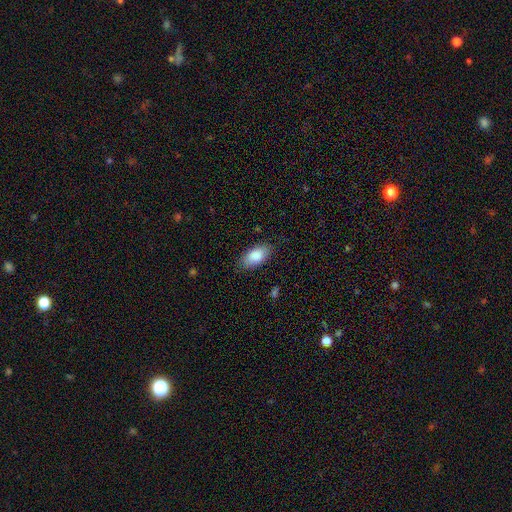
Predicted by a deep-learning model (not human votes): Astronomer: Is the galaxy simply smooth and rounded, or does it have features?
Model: smooth — 88%.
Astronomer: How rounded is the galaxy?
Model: in between — 93%.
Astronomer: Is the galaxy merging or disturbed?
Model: none — 81%.